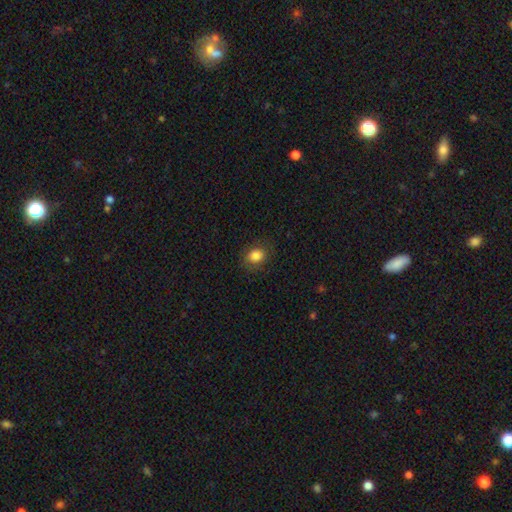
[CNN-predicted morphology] Smooth or featured? smooth (84%)
How rounded? round (56%)
Merging? none (83%)